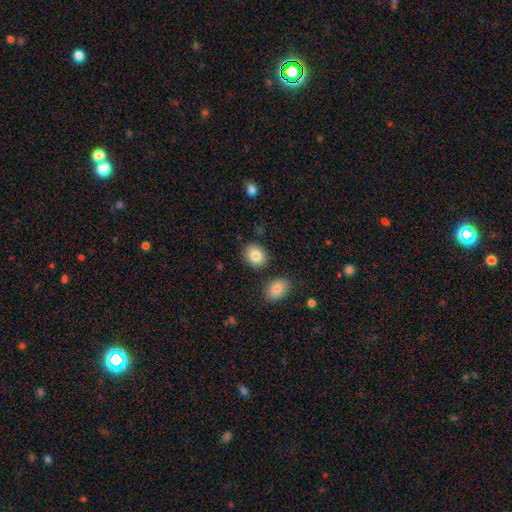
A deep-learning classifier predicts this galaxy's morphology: smooth 84%, star or artifact 8%, featured or disk 8%. Down the decision tree: how rounded — round (60%); merging — none (84%).